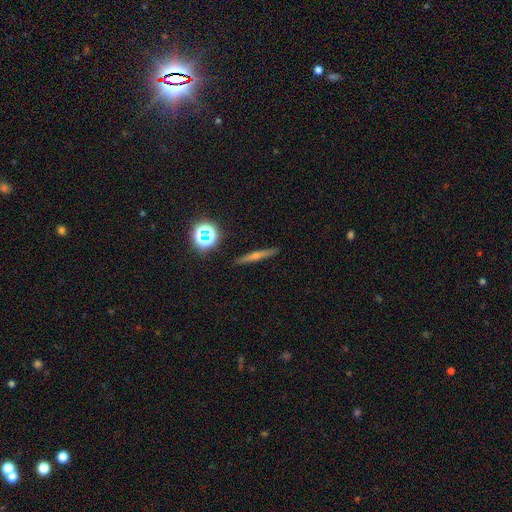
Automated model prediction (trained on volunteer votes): Q: Smooth or featured?
A: featured or disk (51%); runner-up: smooth (34%)
Q: Edge-on disk?
A: yes (95%); runner-up: no (5%)
Q: Merging?
A: none (91%); runner-up: minor disturbance (6%)